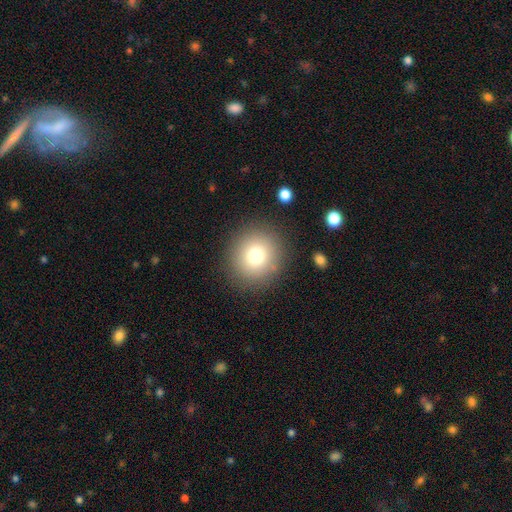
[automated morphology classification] smooth 75%, star or artifact 14%, featured or disk 11%. Down the decision tree: how rounded — round (90%); merging — none (87%).